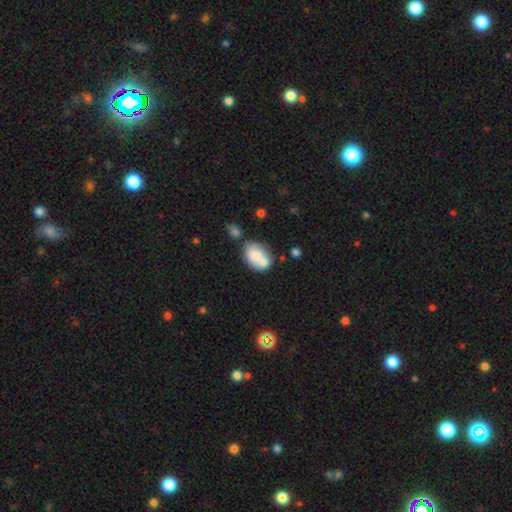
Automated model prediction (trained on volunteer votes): Morphology: type=smooth (69%); roundness=in between (73%); merging=merger (42%).